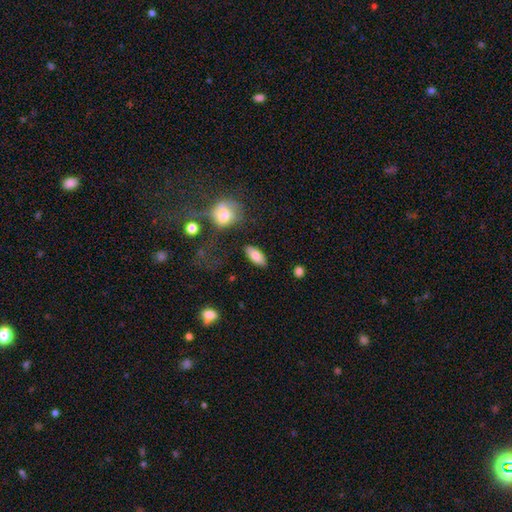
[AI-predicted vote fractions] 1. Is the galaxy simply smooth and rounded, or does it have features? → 80% smooth, 12% featured or disk, 7% star or artifact.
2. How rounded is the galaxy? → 85% in between, 12% cigar-shaped, 3% round.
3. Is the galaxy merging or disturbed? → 86% none, 9% minor disturbance, 3% major disturbance, 2% merger.